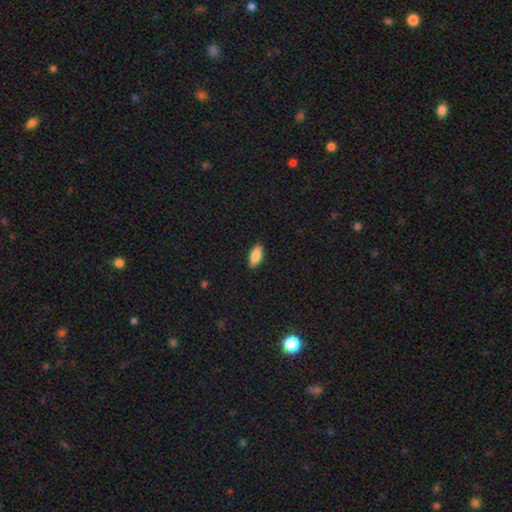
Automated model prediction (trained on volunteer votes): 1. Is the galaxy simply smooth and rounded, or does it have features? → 88% smooth, 6% star or artifact, 6% featured or disk.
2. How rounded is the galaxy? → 87% in between, 11% cigar-shaped, 2% round.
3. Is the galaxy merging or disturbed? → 89% none, 8% minor disturbance, 2% major disturbance, 1% merger.